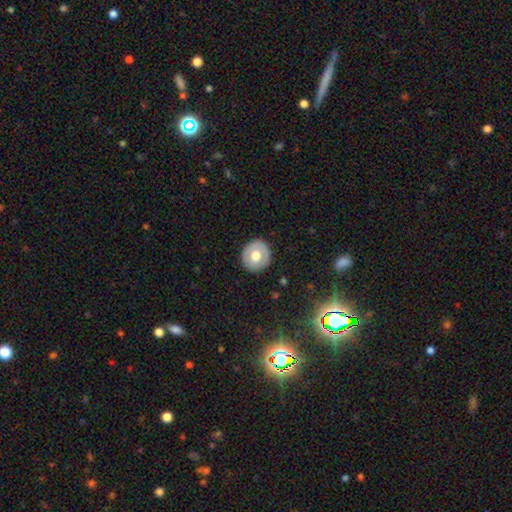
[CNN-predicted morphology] smooth-or-featured: smooth: 61% | featured or disk: 31% | star or artifact: 7%
  how-rounded: round: 87% | in between: 12% | cigar-shaped: 1%
  merging: none: 87% | minor disturbance: 9% | major disturbance: 2% | merger: 1%